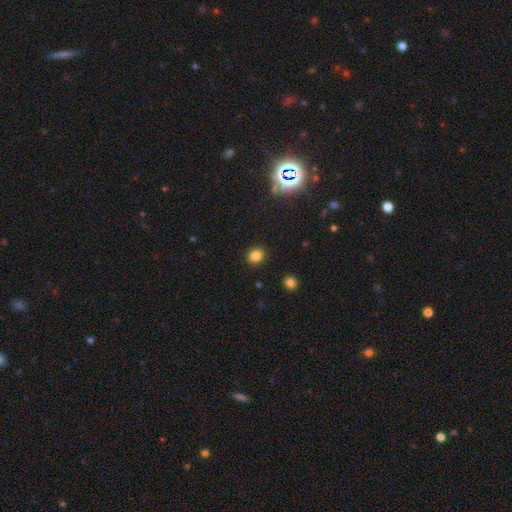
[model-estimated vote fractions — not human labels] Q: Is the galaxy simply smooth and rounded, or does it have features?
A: smooth — 81%.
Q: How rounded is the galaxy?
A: round — 74%.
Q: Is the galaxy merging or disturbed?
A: none — 90%.